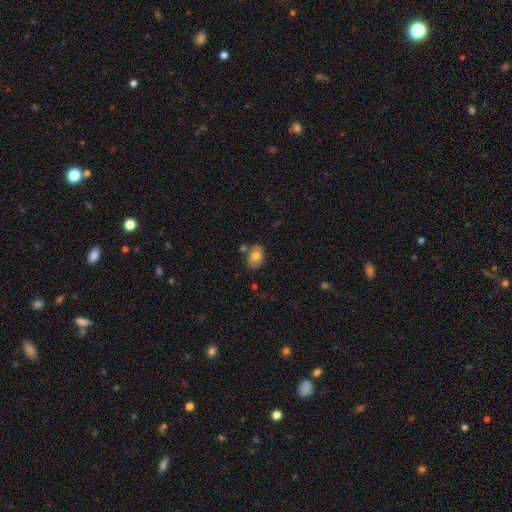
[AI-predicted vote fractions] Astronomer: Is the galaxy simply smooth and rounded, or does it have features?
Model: smooth — 70%.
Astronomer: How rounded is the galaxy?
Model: in between — 77%.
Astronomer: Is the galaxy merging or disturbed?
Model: none — 67%.